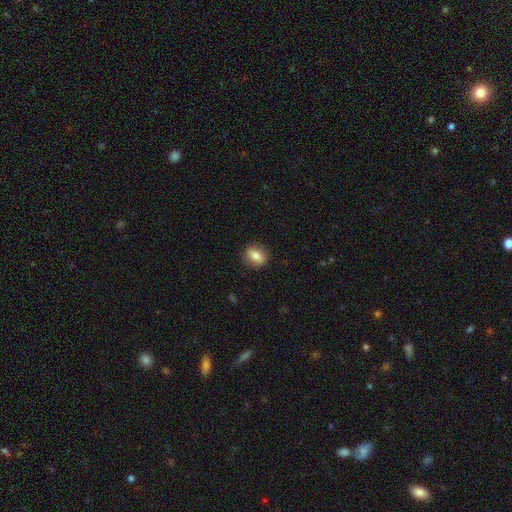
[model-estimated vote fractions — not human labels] The model was most divided on "how rounded": in between: 57%, round: 39%, cigar-shaped: 4%. More confident: merging — none (86%); smooth or featured — smooth (75%).